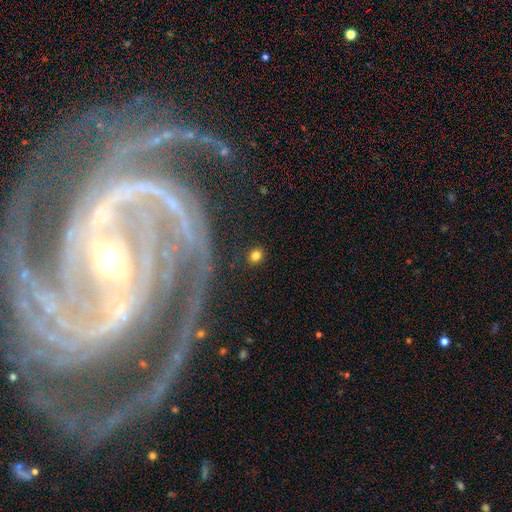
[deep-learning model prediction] A smooth galaxy with no disk features (81%) that is round (75%).

Vote fractions:
- Smooth or featured? smooth: 81% / star or artifact: 12% / featured or disk: 7%
- How rounded? round: 75% / in between: 24% / cigar-shaped: 1%
- Merging? none: 88% / minor disturbance: 7% / major disturbance: 3% / merger: 2%